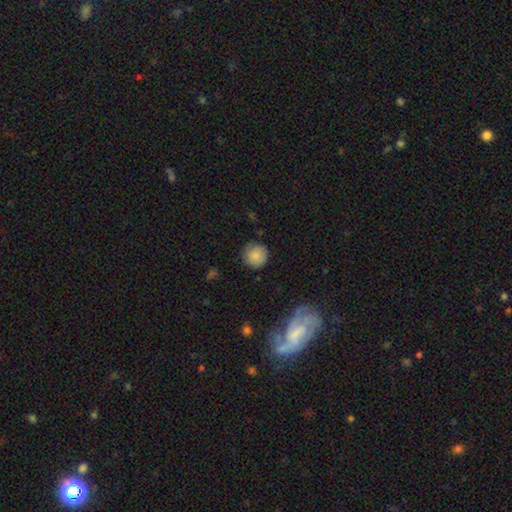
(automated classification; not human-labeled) smooth_or_featured: smooth (p=0.80) [alt: featured or disk p=0.11]
how_rounded: round (p=0.93) [alt: in between p=0.06]
merging: none (p=0.76) [alt: minor disturbance p=0.19]